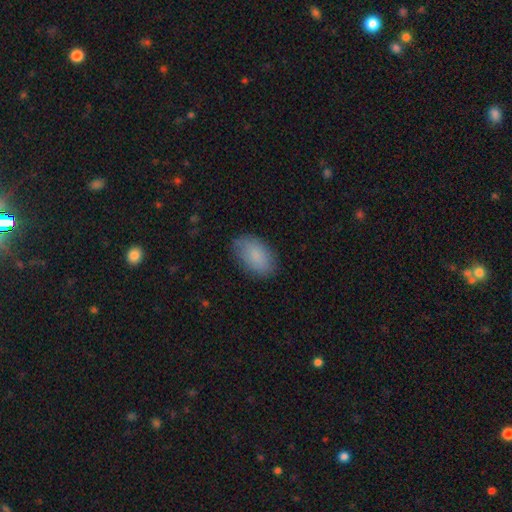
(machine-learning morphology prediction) Smooth or featured? smooth (85%)
How rounded? in between (92%)
Merging? none (80%)